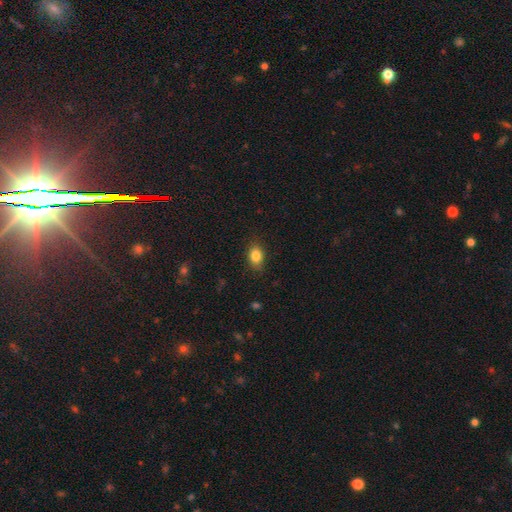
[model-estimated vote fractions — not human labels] Morphology: type=smooth (84%); roundness=in between (71%); merging=none (82%).